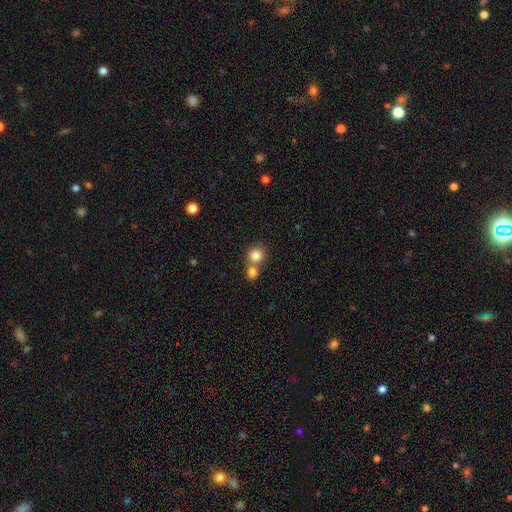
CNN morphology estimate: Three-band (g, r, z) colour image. It shows a smooth galaxy with no disk features (82%) that is round (88%). Merging: none (47%).